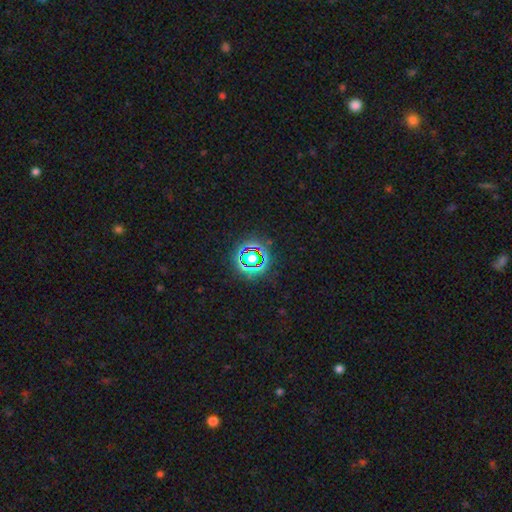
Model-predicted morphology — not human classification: Smooth or featured?
  - star or artifact: 72% *
  - smooth: 18%
  - featured or disk: 10%